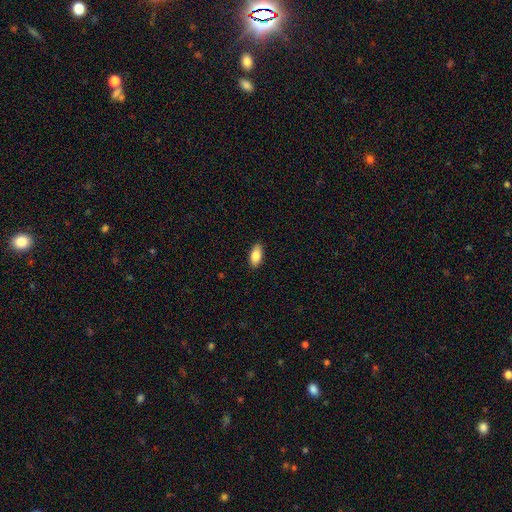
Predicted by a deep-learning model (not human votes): Smooth or featured?
  - smooth: 85% *
  - featured or disk: 9%
  - star or artifact: 7%
How rounded?
  - in between: 91% *
  - cigar-shaped: 6%
  - round: 3%
Merging?
  - none: 90% *
  - minor disturbance: 8%
  - major disturbance: 2%
  - merger: 1%